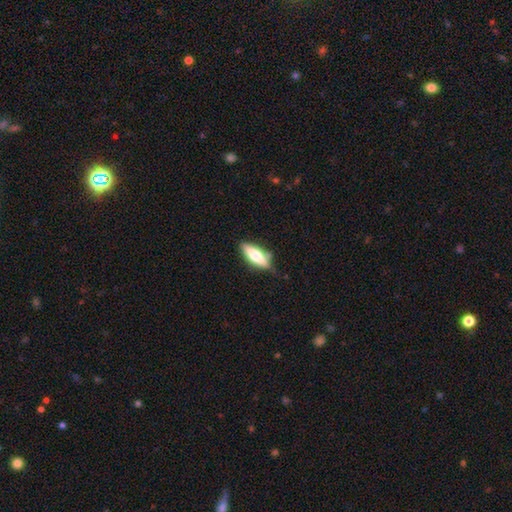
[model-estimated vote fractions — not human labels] Morphology: type=smooth (61%); roundness=in between (57%); merging=none (72%).